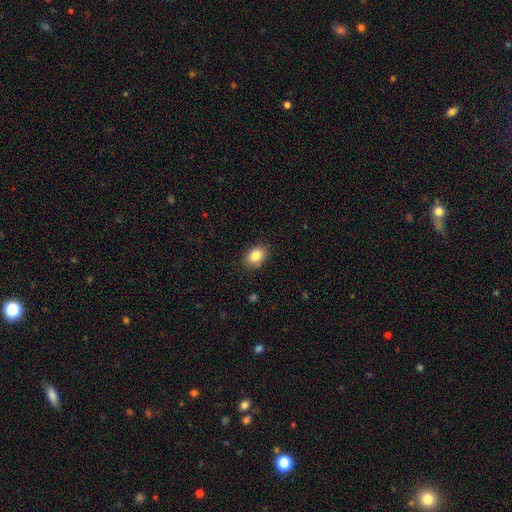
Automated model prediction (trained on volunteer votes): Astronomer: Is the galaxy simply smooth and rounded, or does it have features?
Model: smooth — 84%.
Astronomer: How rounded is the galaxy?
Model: in between — 73%.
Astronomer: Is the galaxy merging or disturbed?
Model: none — 86%.